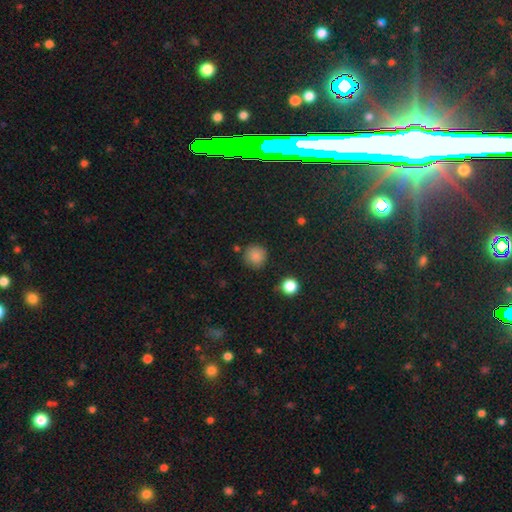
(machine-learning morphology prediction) Smooth or featured? Predicted: smooth (p=0.85). How rounded? Predicted: round (p=0.94). Merging? Predicted: none (p=0.85).